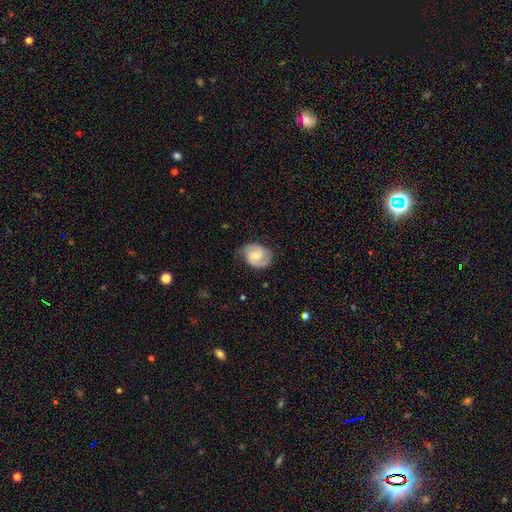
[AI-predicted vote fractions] Morphology: type=featured or disk (65%); edge-on=no (98%); bar=weak (49%); spiral arms=yes (93%); winding=medium (46%); arm count=2 (81%); bulge=moderate (47%); merging=none (67%).